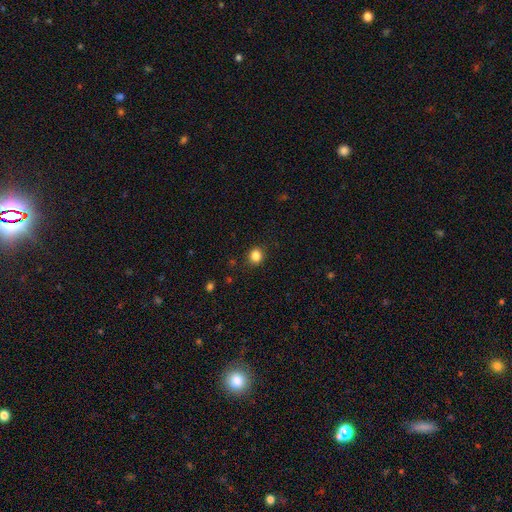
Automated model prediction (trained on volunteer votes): smooth_or_featured: smooth (p=0.85) [alt: star or artifact p=0.11]
how_rounded: round (p=0.81) [alt: in between p=0.18]
merging: none (p=0.90) [alt: minor disturbance p=0.07]